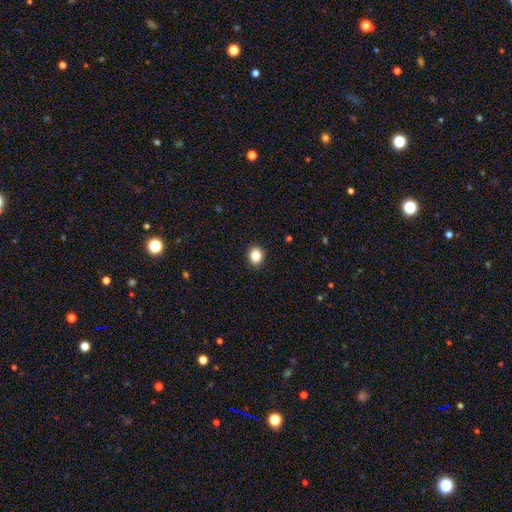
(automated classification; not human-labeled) Smooth or featured?
  - smooth: 85% *
  - star or artifact: 10%
  - featured or disk: 5%
How rounded?
  - round: 58% *
  - in between: 41%
  - cigar-shaped: 1%
Merging?
  - none: 91% *
  - minor disturbance: 7%
  - major disturbance: 2%
  - merger: 1%